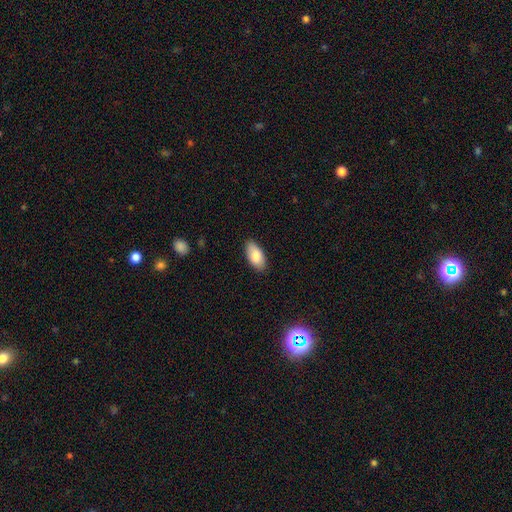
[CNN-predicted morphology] smooth-or-featured: smooth: 84% | featured or disk: 9% | star or artifact: 6%
  how-rounded: in between: 92% | cigar-shaped: 5% | round: 2%
  merging: none: 87% | minor disturbance: 10% | major disturbance: 2% | merger: 1%